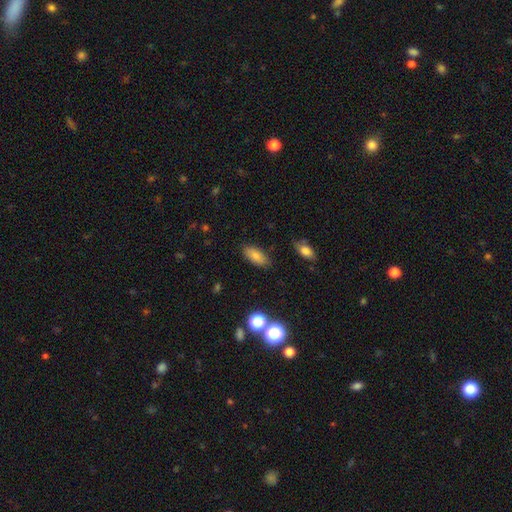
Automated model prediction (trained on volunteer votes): Smooth or featured? Predicted: smooth (p=0.80). How rounded? Predicted: in between (p=0.87). Merging? Predicted: none (p=0.85).